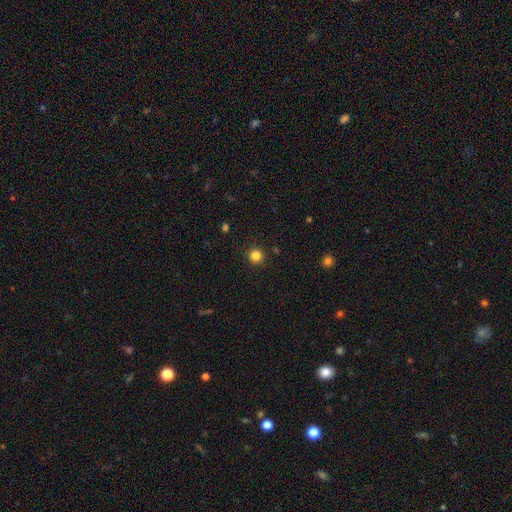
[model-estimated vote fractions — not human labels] The model was most divided on "smooth or featured": smooth: 83%, star or artifact: 13%, featured or disk: 4%. More confident: how rounded — round (95%); merging — none (92%).